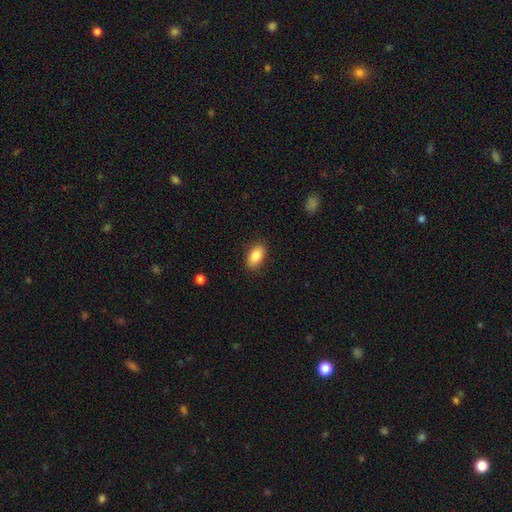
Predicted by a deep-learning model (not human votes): Morphology: type=smooth (86%); roundness=in between (92%); merging=none (88%).